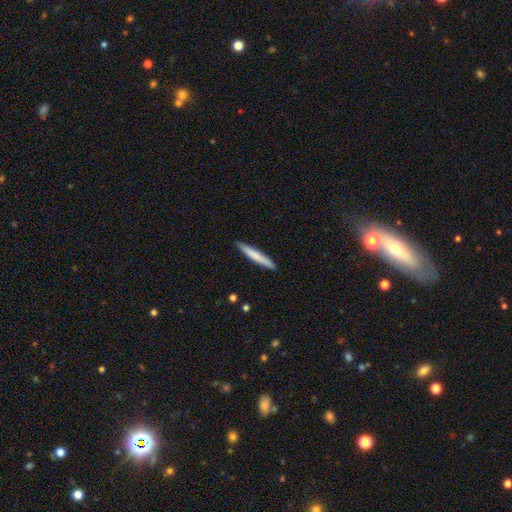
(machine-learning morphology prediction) Smooth or featured: smooth — 74% (featured or disk — 21%)
How rounded: cigar-shaped — 95% (in between — 4%)
Merging: none — 90% (minor disturbance — 7%)